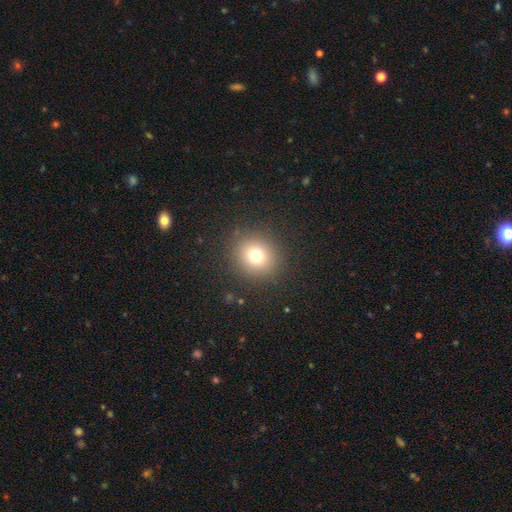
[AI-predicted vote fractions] Overall: smooth (74%). How rounded: round (85%). Merging: none (89%).